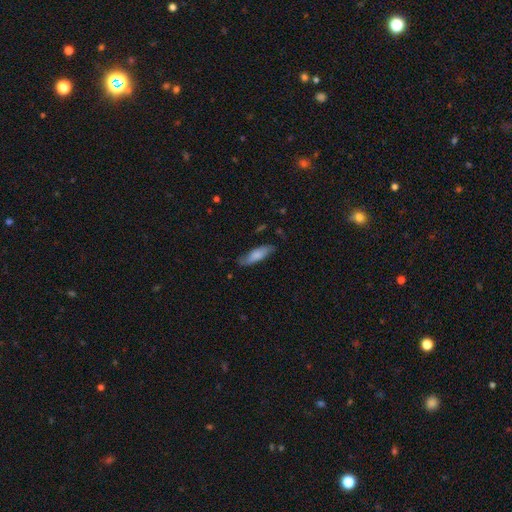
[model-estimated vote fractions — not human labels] The model was most divided on "how rounded": cigar-shaped: 53%, in between: 45%, round: 2%. More confident: merging — none (78%); smooth or featured — smooth (69%).